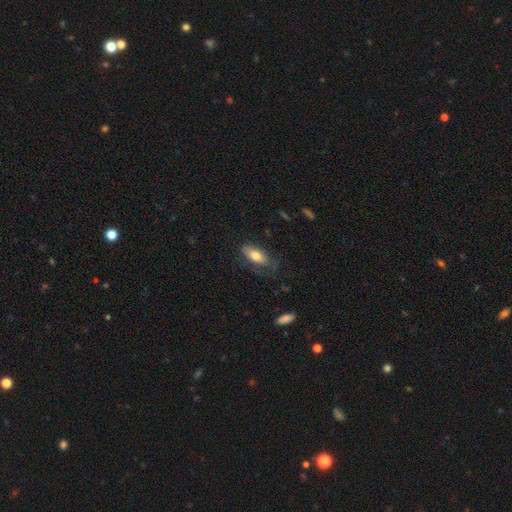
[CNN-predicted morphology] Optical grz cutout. It shows a smooth galaxy with no disk features (71%) that is in between round and cigar-shaped (85%). Merging: none (52%).